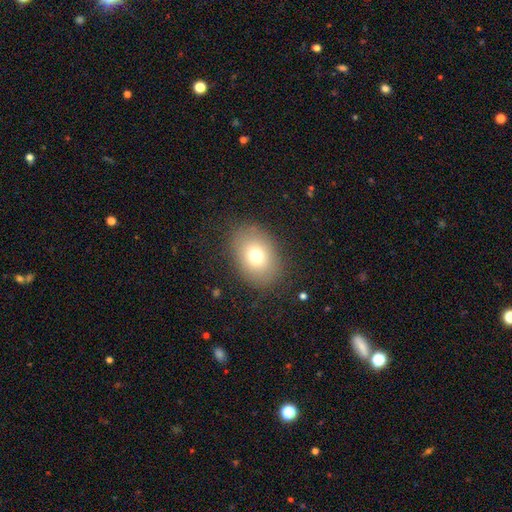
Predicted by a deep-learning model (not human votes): Smooth or featured? Predicted: smooth (p=0.74). How rounded? Predicted: in between (p=0.70). Merging? Predicted: none (p=0.83).